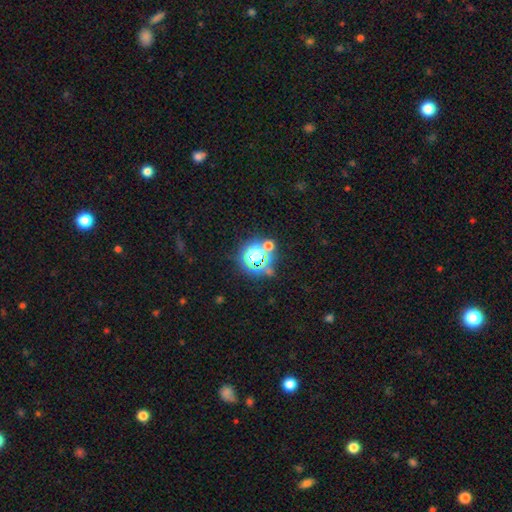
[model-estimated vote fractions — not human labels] Morphology: type=star or artifact (60%).